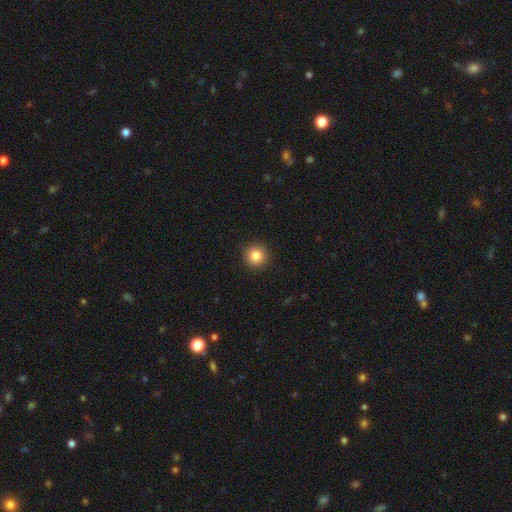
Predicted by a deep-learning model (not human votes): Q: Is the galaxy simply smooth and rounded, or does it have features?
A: smooth — 84%.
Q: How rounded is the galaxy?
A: round — 94%.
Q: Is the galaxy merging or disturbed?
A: none — 92%.